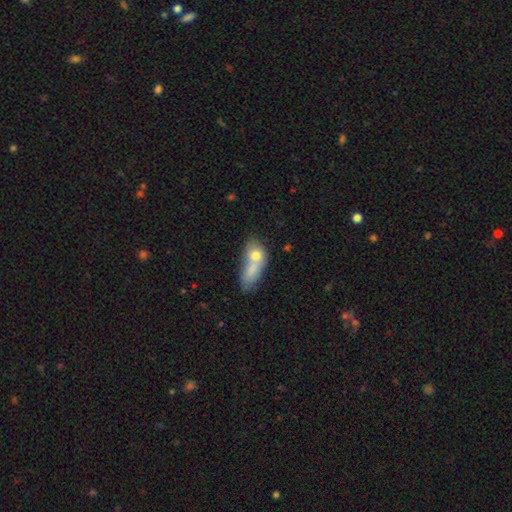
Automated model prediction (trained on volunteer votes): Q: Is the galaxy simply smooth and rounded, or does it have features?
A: smooth — 66%.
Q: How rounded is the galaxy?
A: in between — 67%.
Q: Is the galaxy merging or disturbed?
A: merger — 58%.